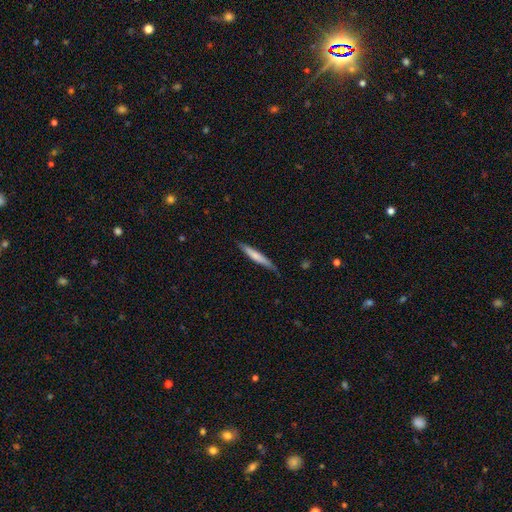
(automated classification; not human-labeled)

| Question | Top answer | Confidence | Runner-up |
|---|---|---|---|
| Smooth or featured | smooth | 65% | featured or disk (30%) |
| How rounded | cigar-shaped | 94% | in between (4%) |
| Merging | none | 79% | minor disturbance (17%) |